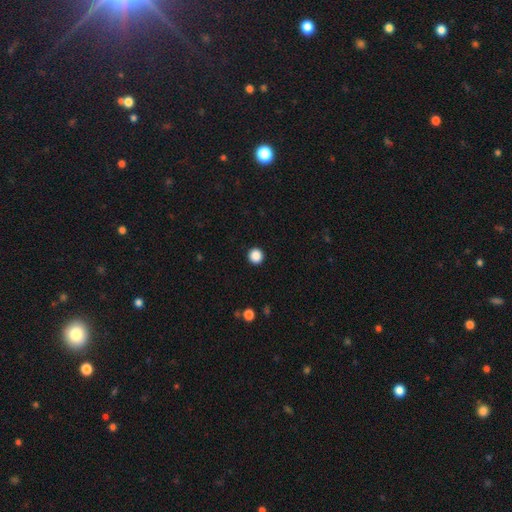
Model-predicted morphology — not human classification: smooth-or-featured: smooth: 88% | star or artifact: 10% | featured or disk: 2%
  how-rounded: round: 95% | in between: 4% | cigar-shaped: 1%
  merging: none: 93% | minor disturbance: 4% | major disturbance: 2% | merger: 1%